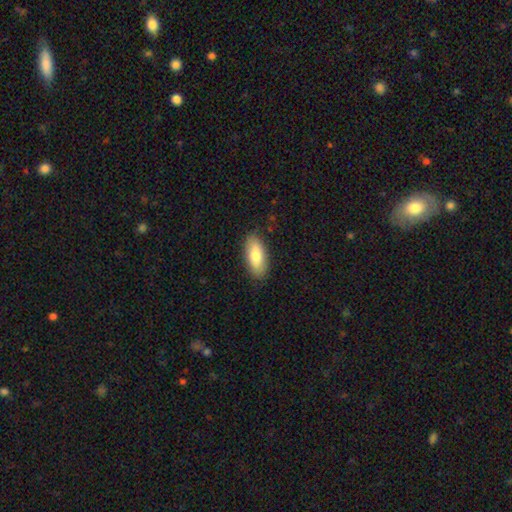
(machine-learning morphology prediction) This is likely a smooth galaxy (78%). How rounded: clearly in between (84%). Merging: clearly none (86%).